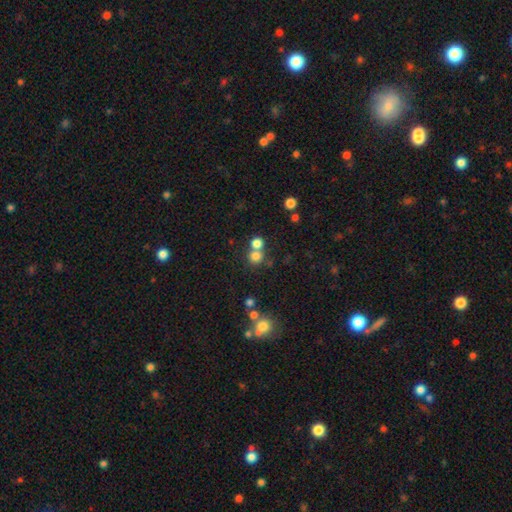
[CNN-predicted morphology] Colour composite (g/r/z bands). It shows a smooth galaxy with no disk features (76%) that is round (89%). Merging: none (54%).